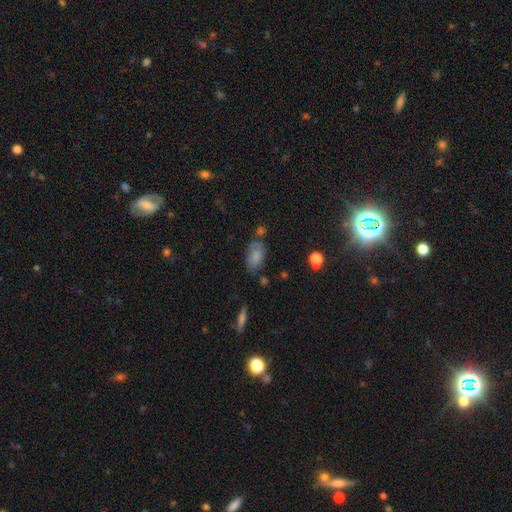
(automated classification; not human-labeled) A smooth galaxy with no disk features (79%) that is in between round and cigar-shaped (91%).

Vote fractions:
- Smooth or featured? smooth: 79% / featured or disk: 13% / star or artifact: 9%
- How rounded? in between: 91% / round: 6% / cigar-shaped: 3%
- Merging? none: 65% / minor disturbance: 22% / merger: 8% / major disturbance: 6%